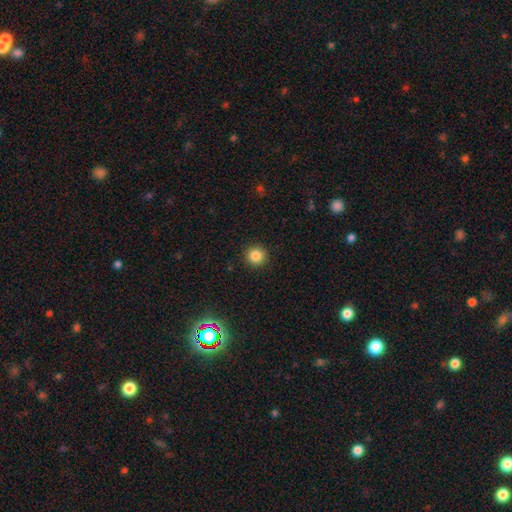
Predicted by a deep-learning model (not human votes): Smooth or featured?
  - smooth: 85% *
  - star or artifact: 11%
  - featured or disk: 4%
How rounded?
  - round: 94% *
  - in between: 5%
  - cigar-shaped: 1%
Merging?
  - none: 92% *
  - minor disturbance: 5%
  - major disturbance: 2%
  - merger: 1%